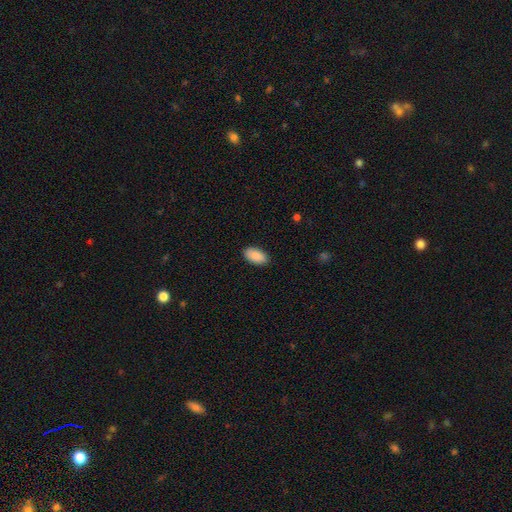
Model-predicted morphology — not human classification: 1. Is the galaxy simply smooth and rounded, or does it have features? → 88% smooth, 6% star or artifact, 6% featured or disk.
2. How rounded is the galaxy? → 95% in between, 3% round, 2% cigar-shaped.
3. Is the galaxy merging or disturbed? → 88% none, 9% minor disturbance, 2% major disturbance, 1% merger.